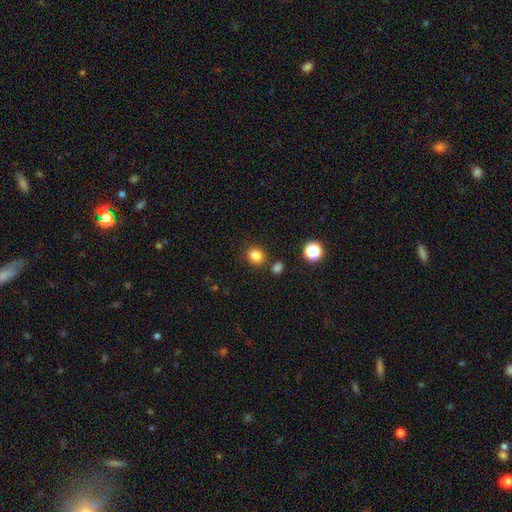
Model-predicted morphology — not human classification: Overall: smooth (83%). How rounded: round (67%; in between 32%). Merging: none (79%).